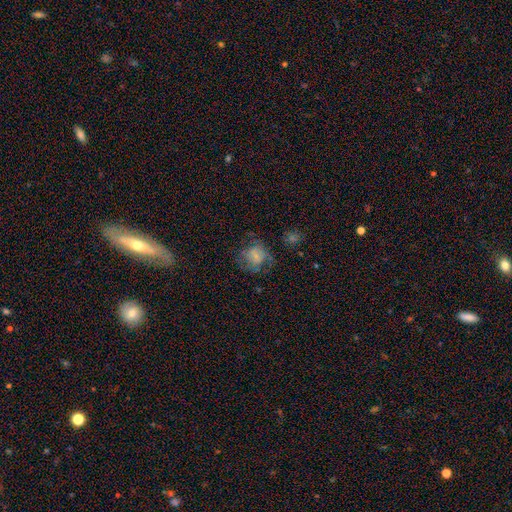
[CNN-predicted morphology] A smooth galaxy with no disk features (61%) that is round (71%).

Vote fractions:
- Smooth or featured? smooth: 61% / featured or disk: 26% / star or artifact: 13%
- How rounded? round: 71% / in between: 28% / cigar-shaped: 1%
- Merging? none: 50% / major disturbance: 24% / minor disturbance: 23% / merger: 3%